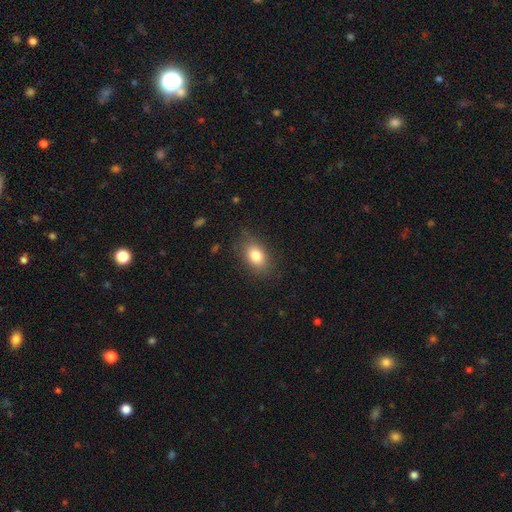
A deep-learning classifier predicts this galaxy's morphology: Overall: smooth (81%). How rounded: in between (78%). Merging: none (79%).